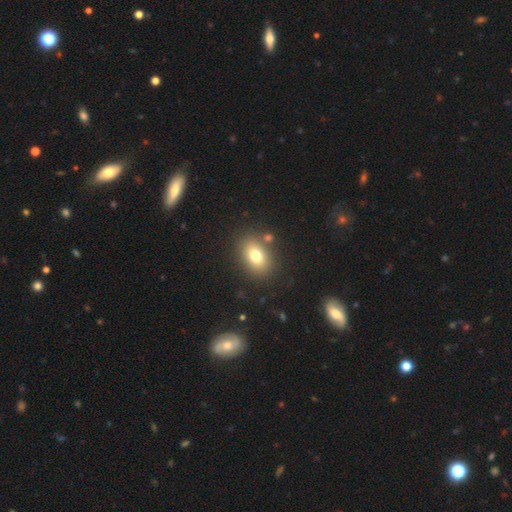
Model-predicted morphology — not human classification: smooth_or_featured: smooth (p=0.76) [alt: featured or disk p=0.13]
how_rounded: in between (p=0.75) [alt: round p=0.23]
merging: none (p=0.80) [alt: minor disturbance p=0.10]